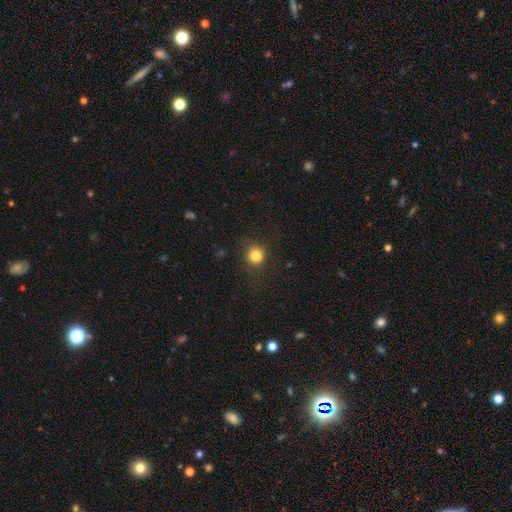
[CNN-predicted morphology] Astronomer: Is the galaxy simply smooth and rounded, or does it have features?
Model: smooth — 83%.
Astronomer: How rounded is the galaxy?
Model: round — 91%.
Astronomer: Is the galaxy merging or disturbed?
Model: none — 83%.